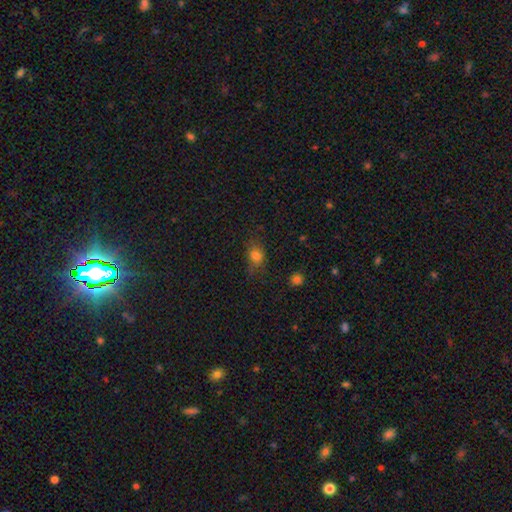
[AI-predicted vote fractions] This appears to be a smooth galaxy with no disk features (77%) that is in between round and cigar-shaped (53%). Merging: none (68%).